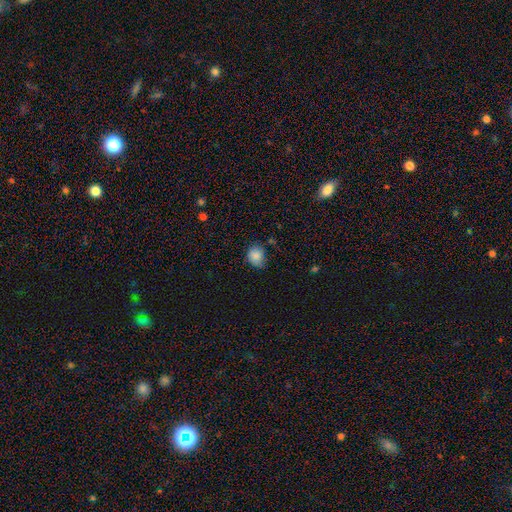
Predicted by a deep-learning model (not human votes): Smooth or featured?
  - smooth: 82% *
  - star or artifact: 10%
  - featured or disk: 8%
How rounded?
  - round: 59% *
  - in between: 40%
  - cigar-shaped: 1%
Merging?
  - none: 61% *
  - minor disturbance: 30%
  - major disturbance: 6%
  - merger: 2%